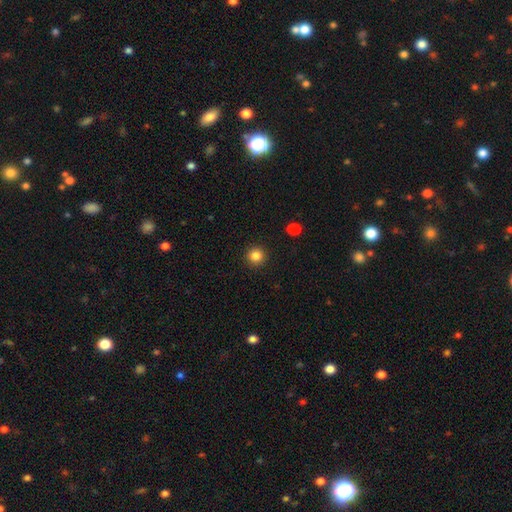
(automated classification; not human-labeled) Morphology: type=smooth (85%); roundness=round (94%); merging=none (92%).